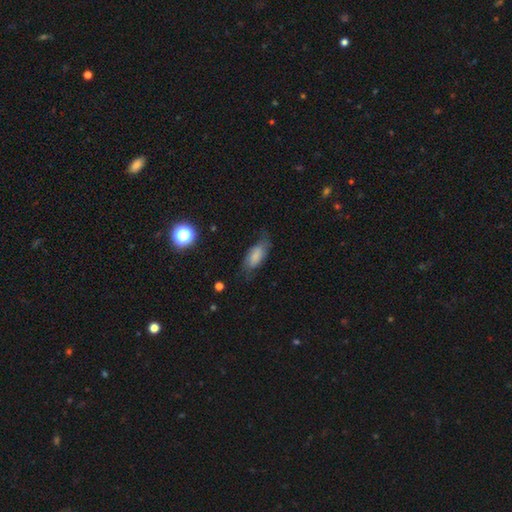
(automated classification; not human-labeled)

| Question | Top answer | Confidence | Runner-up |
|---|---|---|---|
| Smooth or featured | smooth | 71% | featured or disk (21%) |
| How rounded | in between | 84% | cigar-shaped (13%) |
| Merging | none | 60% | minor disturbance (28%) |